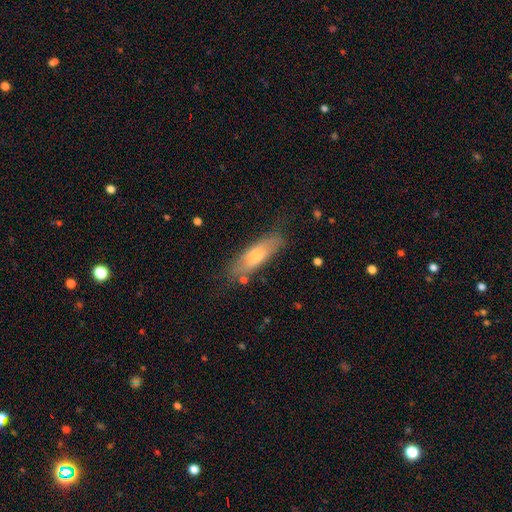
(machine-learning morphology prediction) smooth-or-featured: smooth: 60% | featured or disk: 33% | star or artifact: 7%
  how-rounded: cigar-shaped: 56% | in between: 42% | round: 2%
  merging: none: 74% | minor disturbance: 19% | major disturbance: 5% | merger: 3%